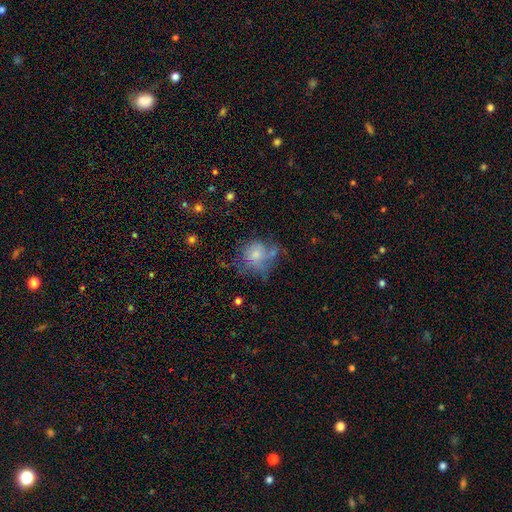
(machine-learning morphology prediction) This appears to be a smooth galaxy with no disk features (63%) that is round (67%). Merging: none (36%).